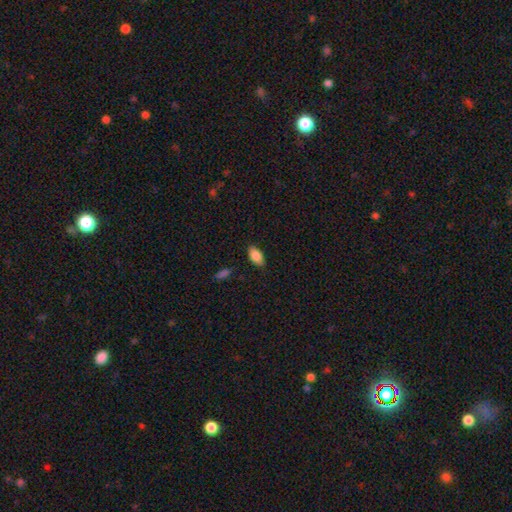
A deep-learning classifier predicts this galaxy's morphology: Smooth or featured?
  - smooth: 86% *
  - star or artifact: 7%
  - featured or disk: 7%
How rounded?
  - in between: 93% *
  - round: 3%
  - cigar-shaped: 3%
Merging?
  - none: 85% *
  - minor disturbance: 12%
  - major disturbance: 2%
  - merger: 1%